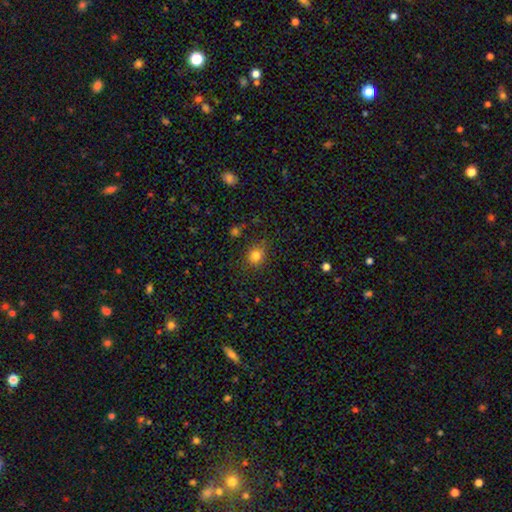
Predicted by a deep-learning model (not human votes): Smooth or featured?
  - smooth: 80% *
  - star or artifact: 13%
  - featured or disk: 6%
How rounded?
  - round: 72% *
  - in between: 27%
  - cigar-shaped: 1%
Merging?
  - none: 82% *
  - minor disturbance: 12%
  - major disturbance: 4%
  - merger: 2%